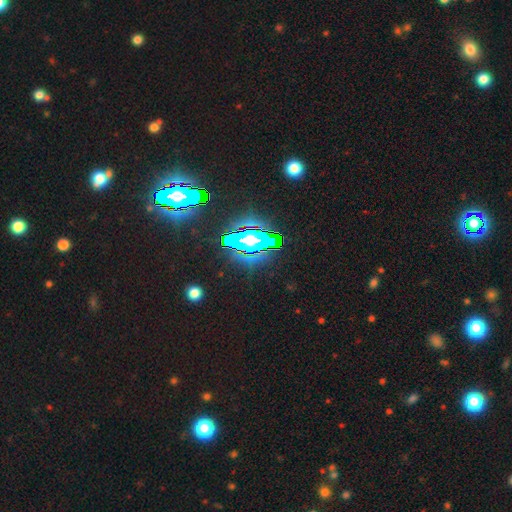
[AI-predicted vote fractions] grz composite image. It shows a star or artifact, not a galaxy (83%).